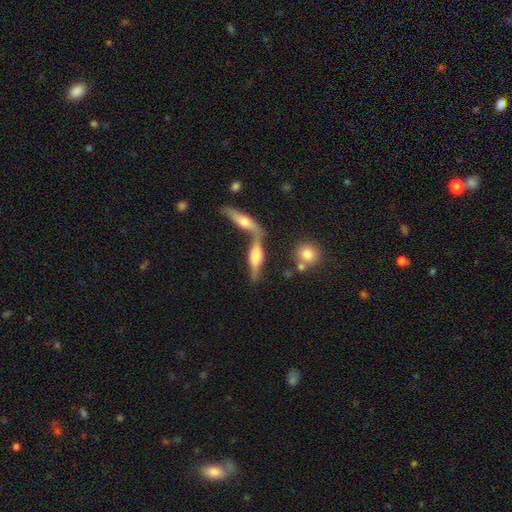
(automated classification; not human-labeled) Smooth or featured? featured or disk (62%)
Edge-on disk? yes (88%)
Edge-on bulge? rounded (85%)
Merging? none (43%)